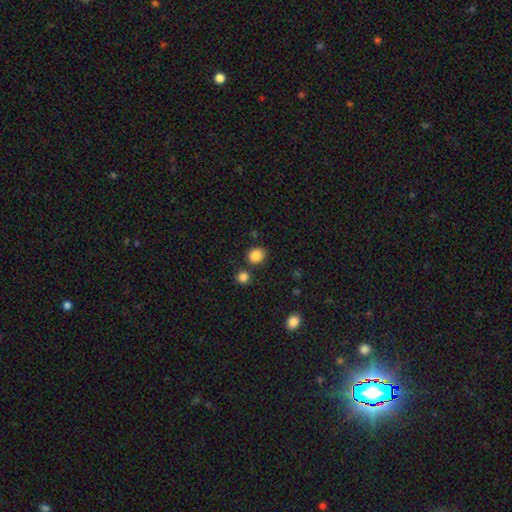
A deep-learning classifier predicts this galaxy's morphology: Q: Smooth or featured?
A: smooth (86%); runner-up: star or artifact (10%)
Q: How rounded?
A: round (81%); runner-up: in between (18%)
Q: Merging?
A: none (77%); runner-up: minor disturbance (11%)